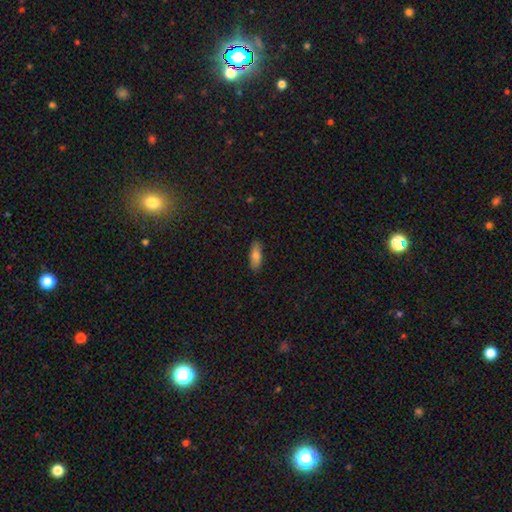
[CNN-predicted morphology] Q: Smooth or featured?
A: smooth (80%); runner-up: featured or disk (14%)
Q: How rounded?
A: in between (73%); runner-up: cigar-shaped (24%)
Q: Merging?
A: none (87%); runner-up: minor disturbance (10%)